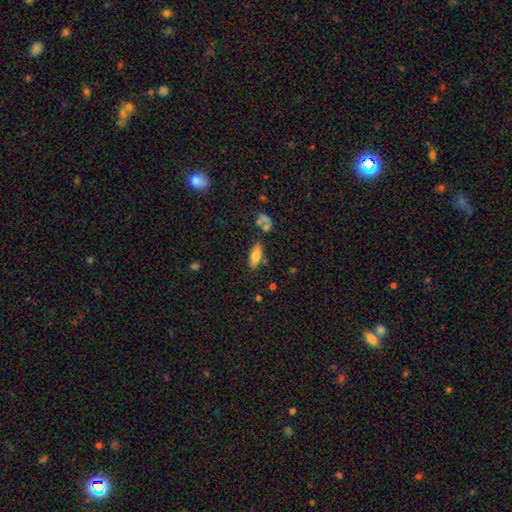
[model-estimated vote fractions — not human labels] Overall: smooth (73%). How rounded: in between (79%). Merging: none (76%).